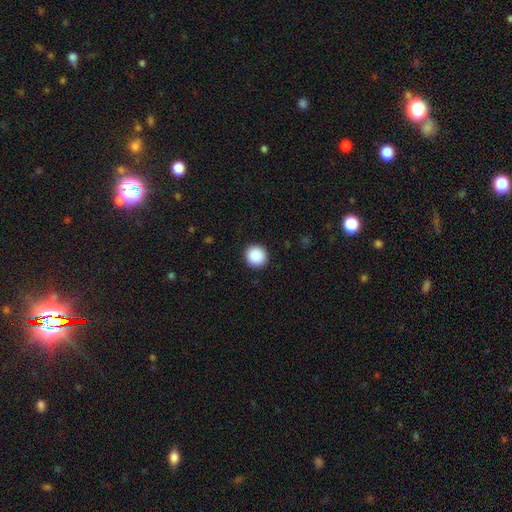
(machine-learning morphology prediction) This is clearly a smooth galaxy (89%). How rounded: clearly round (93%). Merging: clearly none (93%).